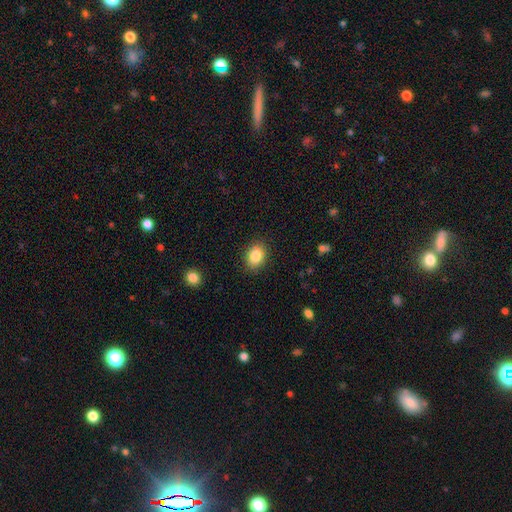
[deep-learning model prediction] Smooth or featured? Predicted: smooth (p=0.85). How rounded? Predicted: in between (p=0.63). Merging? Predicted: none (p=0.87).